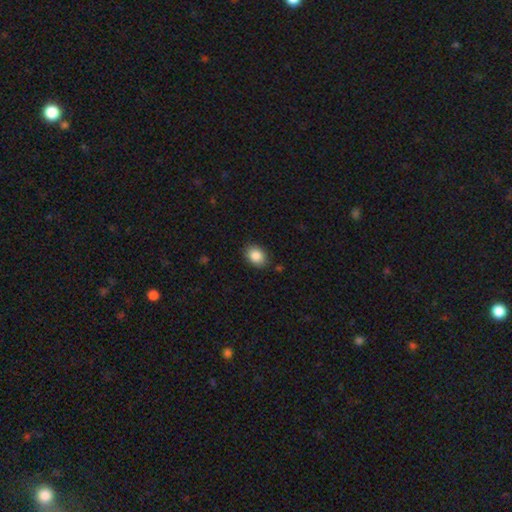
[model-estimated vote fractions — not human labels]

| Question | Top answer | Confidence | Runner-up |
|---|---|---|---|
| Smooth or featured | smooth | 87% | star or artifact (8%) |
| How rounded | in between | 66% | round (33%) |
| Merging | none | 86% | minor disturbance (11%) |